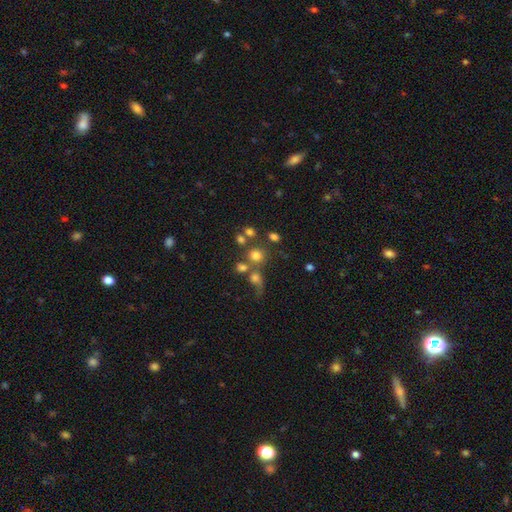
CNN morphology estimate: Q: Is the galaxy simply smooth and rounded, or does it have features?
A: smooth — 70%.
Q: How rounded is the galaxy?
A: round — 82%.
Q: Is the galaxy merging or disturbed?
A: none — 55%.